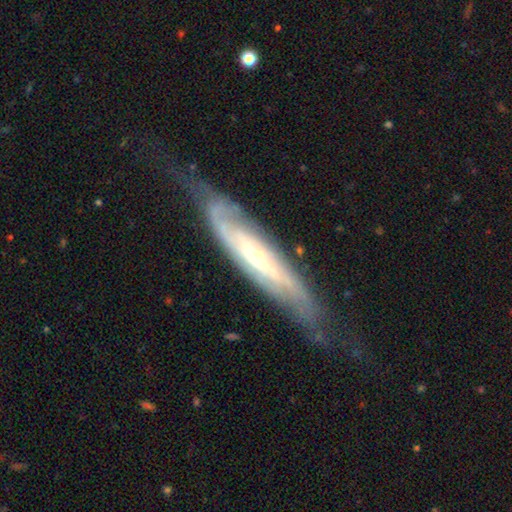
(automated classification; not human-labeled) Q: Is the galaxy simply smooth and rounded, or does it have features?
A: featured or disk — 80%.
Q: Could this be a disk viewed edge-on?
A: no — 64%.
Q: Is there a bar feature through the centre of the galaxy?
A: no — 48%.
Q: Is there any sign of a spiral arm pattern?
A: yes — 88%.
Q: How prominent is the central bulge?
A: small — 55%.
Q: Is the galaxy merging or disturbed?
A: none — 59%.